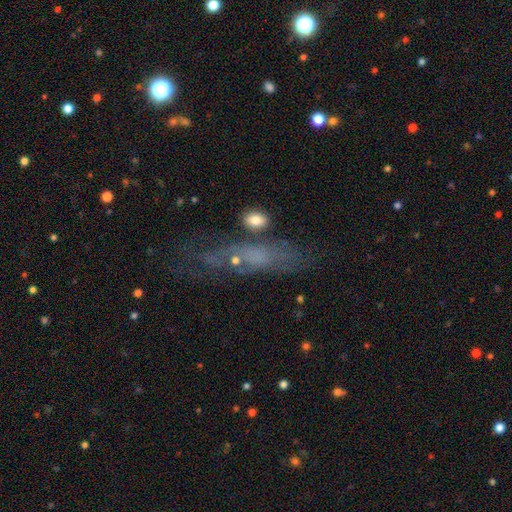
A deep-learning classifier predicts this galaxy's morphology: smooth_or_featured: featured or disk (p=0.43) [alt: smooth p=0.42]
merging: none (p=0.56) [alt: minor disturbance p=0.21]